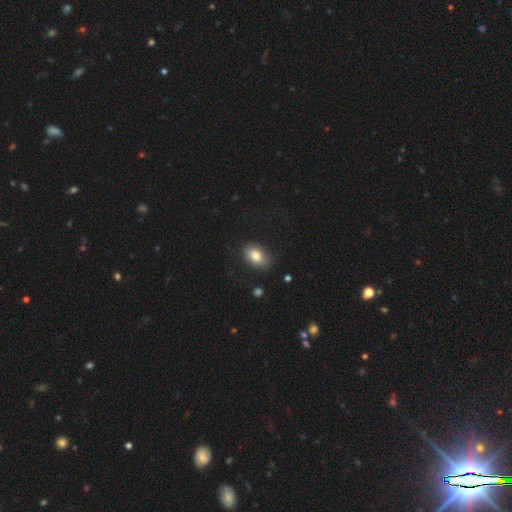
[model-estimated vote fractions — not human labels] smooth_or_featured: smooth (p=0.81) [alt: featured or disk p=0.10]
how_rounded: in between (p=0.83) [alt: round p=0.15]
merging: none (p=0.83) [alt: minor disturbance p=0.13]